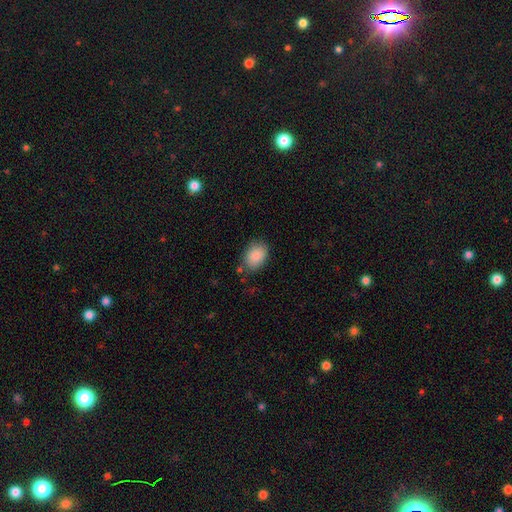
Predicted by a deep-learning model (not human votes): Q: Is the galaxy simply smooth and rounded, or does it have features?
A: smooth — 89%.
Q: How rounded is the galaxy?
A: in between — 78%.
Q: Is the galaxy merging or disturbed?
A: none — 79%.